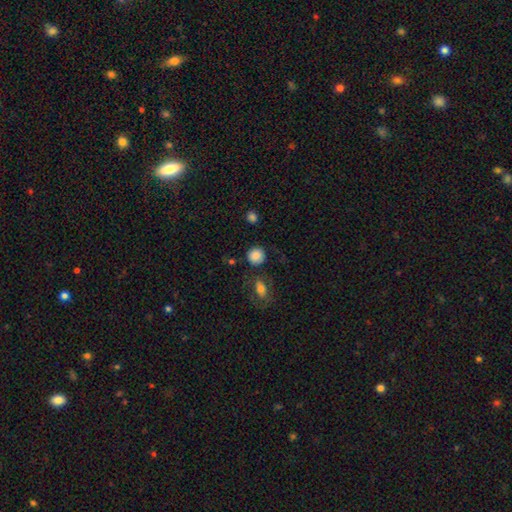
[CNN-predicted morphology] Overall: smooth (86%). How rounded: round (90%). Merging: none (82%).